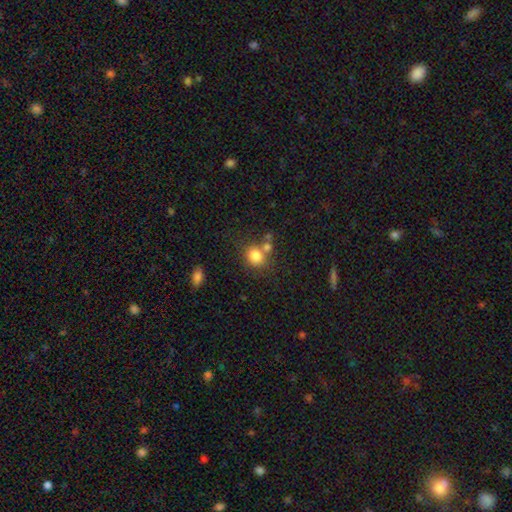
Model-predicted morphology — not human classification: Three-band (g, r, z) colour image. It shows a smooth galaxy with no disk features (81%) that is round (70%). Merging: none (56%).